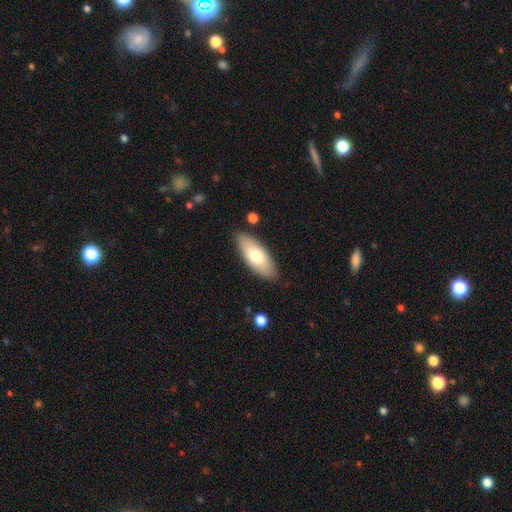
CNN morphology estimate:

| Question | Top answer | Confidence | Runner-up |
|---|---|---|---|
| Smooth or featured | smooth | 71% | featured or disk (24%) |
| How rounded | in between | 79% | cigar-shaped (19%) |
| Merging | none | 84% | minor disturbance (11%) |